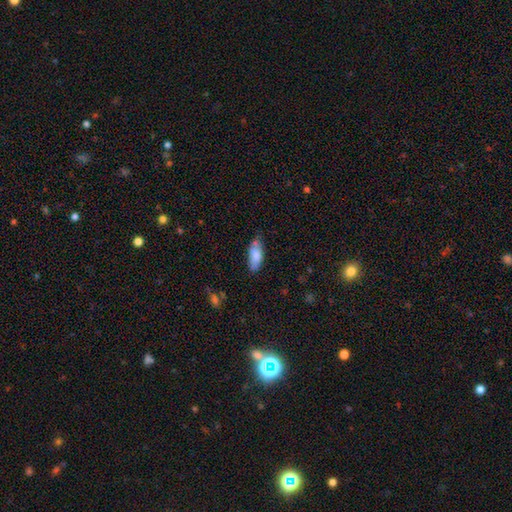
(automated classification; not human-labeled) A smooth galaxy with no disk features (80%) that is in between round and cigar-shaped (79%).

Vote fractions:
- Smooth or featured? smooth: 80% / featured or disk: 13% / star or artifact: 7%
- How rounded? in between: 79% / cigar-shaped: 19% / round: 2%
- Merging? none: 61% / minor disturbance: 29% / major disturbance: 6% / merger: 4%